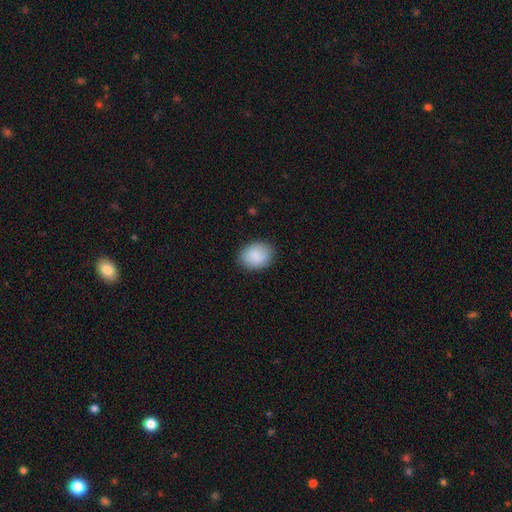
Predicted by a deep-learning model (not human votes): Smooth or featured? smooth (89%)
How rounded? in between (64%)
Merging? none (85%)